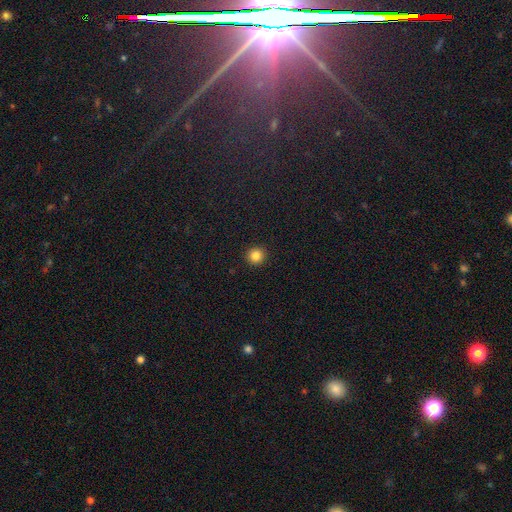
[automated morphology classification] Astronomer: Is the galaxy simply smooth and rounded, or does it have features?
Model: smooth — 84%.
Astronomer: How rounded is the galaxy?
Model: round — 95%.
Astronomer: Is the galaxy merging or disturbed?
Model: none — 93%.